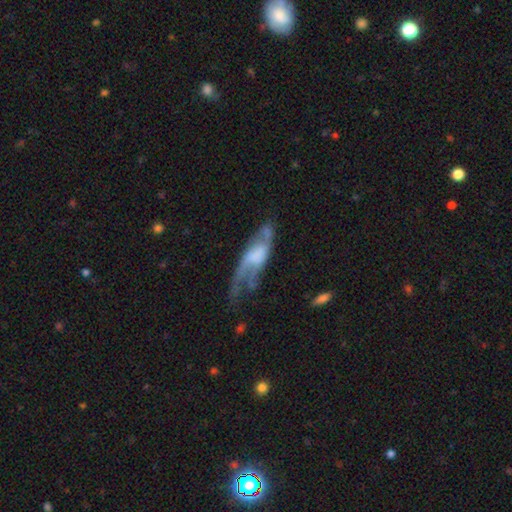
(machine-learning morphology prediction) A featured or disk galaxy (65%) with no bar (59%), spiral arms (72%) and no central bulge (34%). Merging: major disturbance (35%).